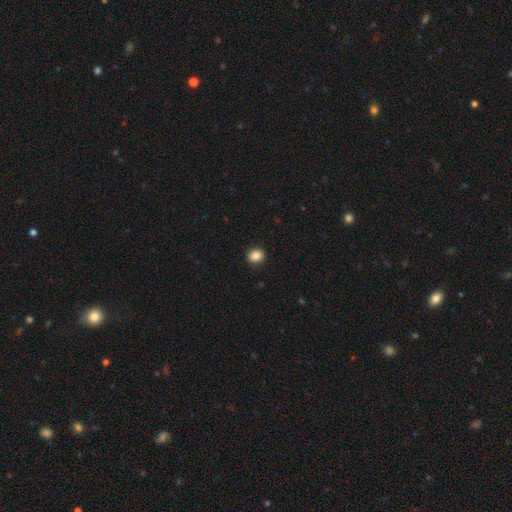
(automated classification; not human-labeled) Smooth or featured? Predicted: smooth (p=0.87). How rounded? Predicted: round (p=0.75). Merging? Predicted: none (p=0.92).